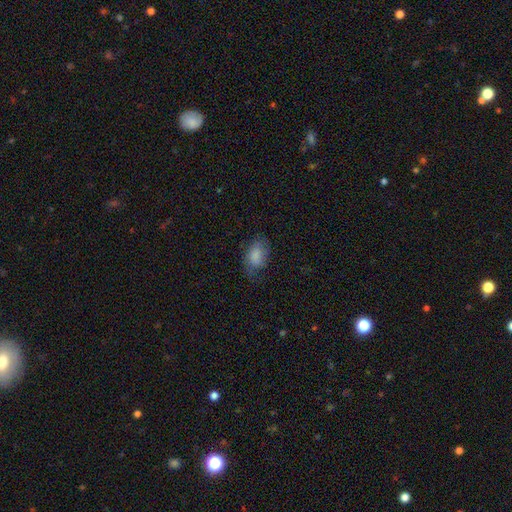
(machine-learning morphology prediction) A smooth galaxy with no disk features (79%) that is in between round and cigar-shaped (87%). Merging: none (58%).